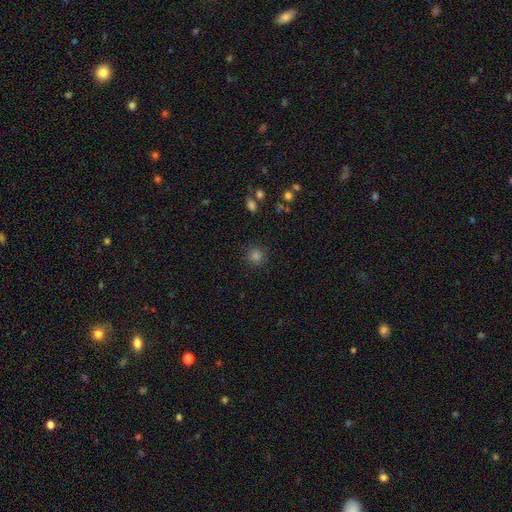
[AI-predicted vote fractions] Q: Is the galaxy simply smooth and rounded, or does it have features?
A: smooth — 76%.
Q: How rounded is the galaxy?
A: round — 94%.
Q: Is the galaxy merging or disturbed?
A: none — 90%.